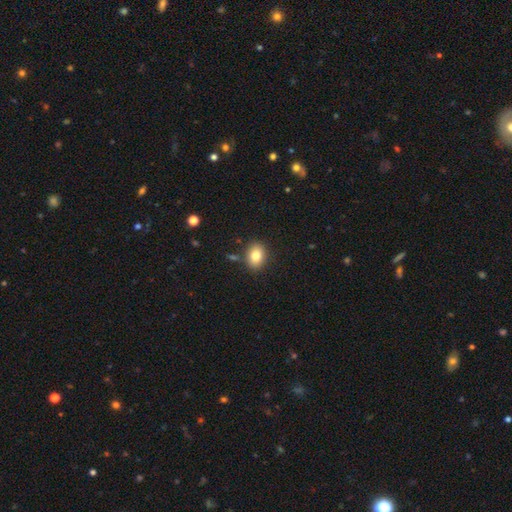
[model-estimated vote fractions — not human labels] A smooth galaxy with no disk features (82%) that is in between round and cigar-shaped (66%). Merging: none (84%).